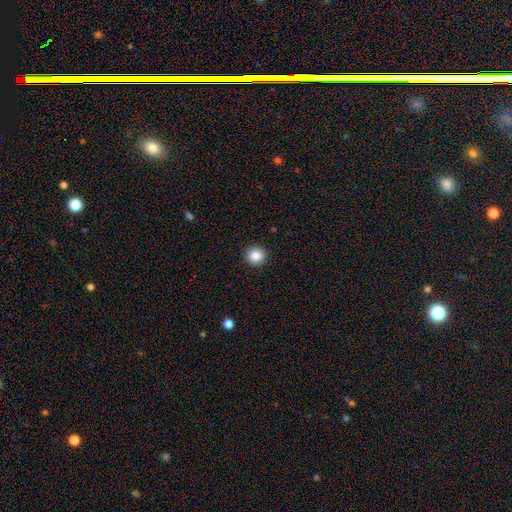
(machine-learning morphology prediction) smooth-or-featured: smooth: 86% | star or artifact: 10% | featured or disk: 4%
  how-rounded: round: 93% | in between: 6% | cigar-shaped: 1%
  merging: none: 92% | minor disturbance: 5% | major disturbance: 2% | merger: 1%